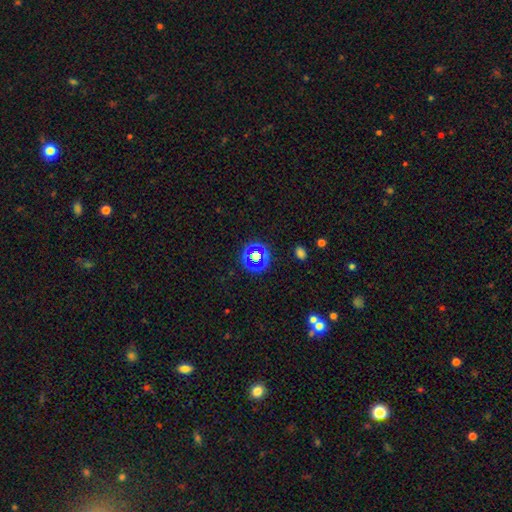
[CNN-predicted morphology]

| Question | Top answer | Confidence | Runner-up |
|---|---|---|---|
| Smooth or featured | star or artifact | 56% | smooth (33%) |